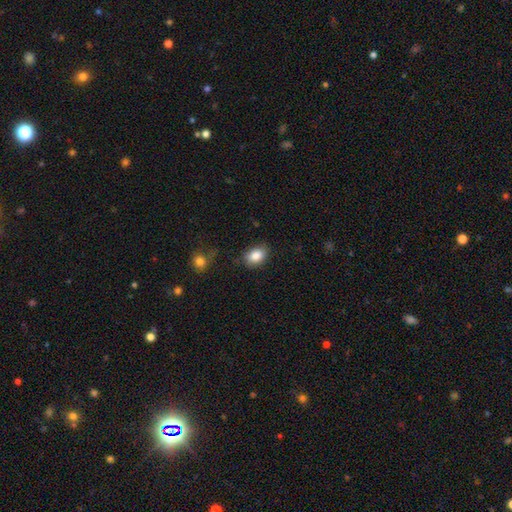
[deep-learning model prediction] Overall: smooth (87%). How rounded: in between (81%). Merging: none (79%).